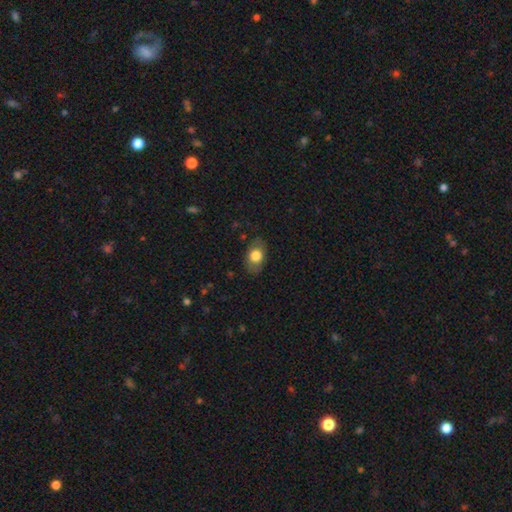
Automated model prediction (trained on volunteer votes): Q: Smooth or featured?
A: smooth (75%); runner-up: featured or disk (18%)
Q: How rounded?
A: in between (83%); runner-up: round (16%)
Q: Merging?
A: none (80%); runner-up: minor disturbance (15%)